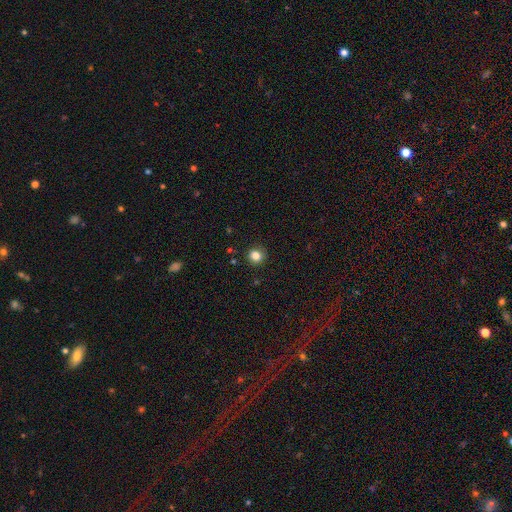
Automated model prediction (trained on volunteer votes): A smooth galaxy with no disk features (83%) that is round (89%).

Vote fractions:
- Smooth or featured? smooth: 83% / star or artifact: 12% / featured or disk: 5%
- How rounded? round: 89% / in between: 10% / cigar-shaped: 1%
- Merging? none: 89% / minor disturbance: 8% / major disturbance: 2% / merger: 1%